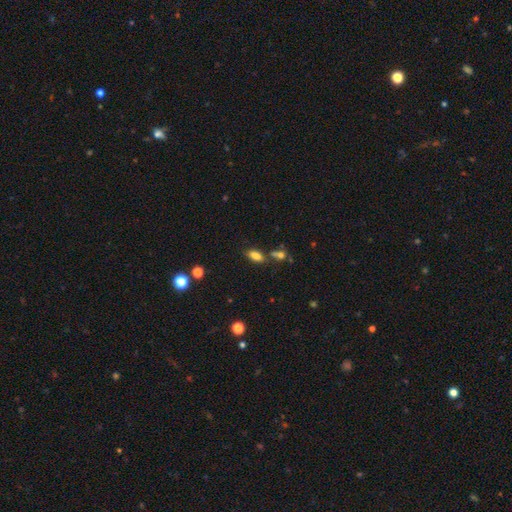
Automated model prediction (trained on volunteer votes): Q: Smooth or featured?
A: smooth (80%); runner-up: star or artifact (11%)
Q: How rounded?
A: in between (86%); runner-up: cigar-shaped (9%)
Q: Merging?
A: none (66%); runner-up: merger (17%)